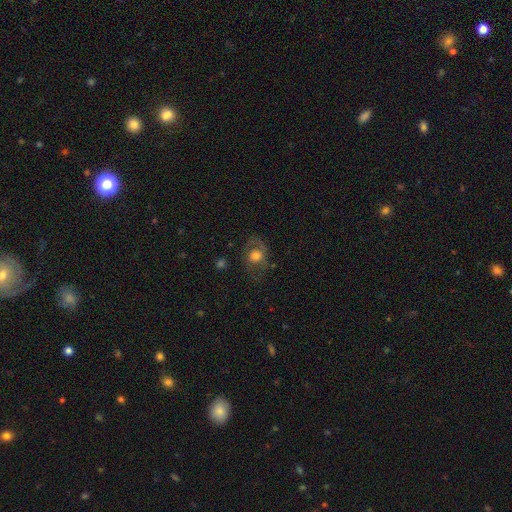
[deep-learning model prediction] This appears to be a smooth galaxy with no disk features (50%) that is round (66%). Merging: none (61%).